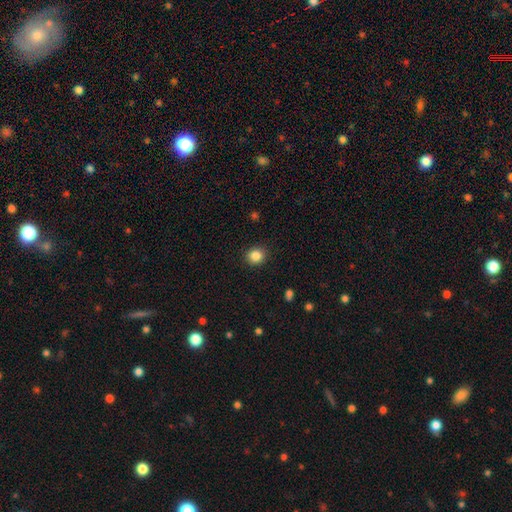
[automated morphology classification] A smooth galaxy with no disk features (85%) that is round (84%). Merging: none (91%).